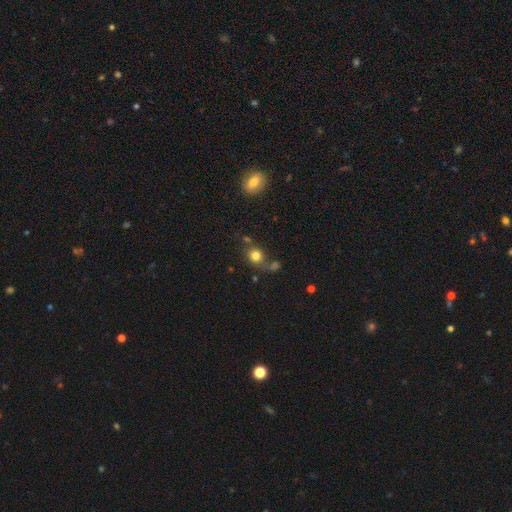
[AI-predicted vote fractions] This is likely a smooth galaxy (79%). How rounded: clearly round (81%). Merging: possibly none (56%).